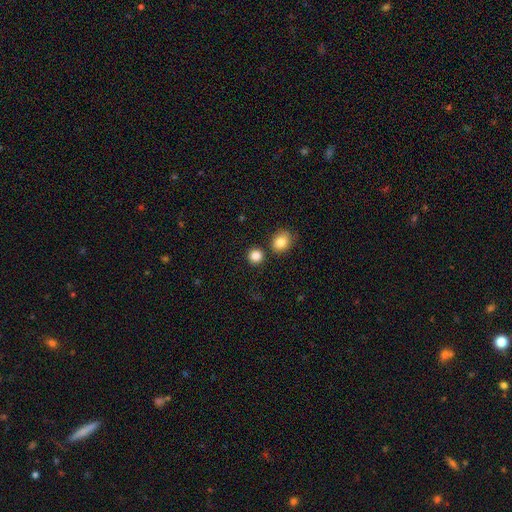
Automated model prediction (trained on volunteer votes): A smooth galaxy with no disk features (85%) that is round (89%). Merging: none (81%).